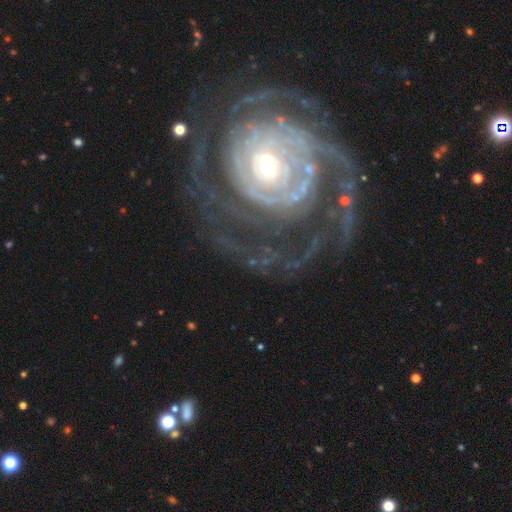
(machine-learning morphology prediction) type=featured or disk (88%); edge-on=no (97%); bar=no (72%); spiral arms=yes (94%); winding=tight (74%); arm count=can't tell (33%); bulge=small (64%); merging=none (61%).